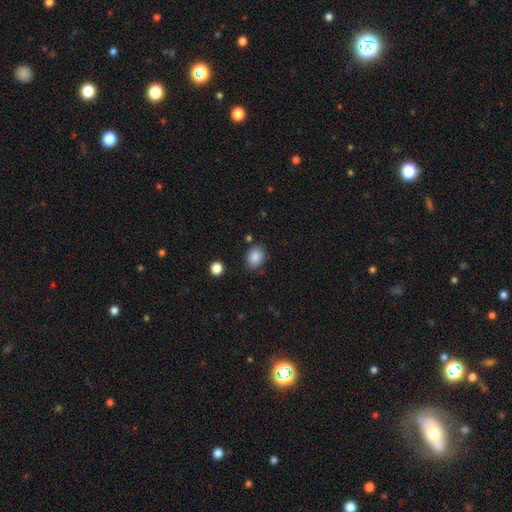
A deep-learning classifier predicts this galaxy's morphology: Q: Smooth or featured?
A: smooth (86%); runner-up: star or artifact (9%)
Q: How rounded?
A: in between (50%); runner-up: round (49%)
Q: Merging?
A: none (81%); runner-up: minor disturbance (13%)